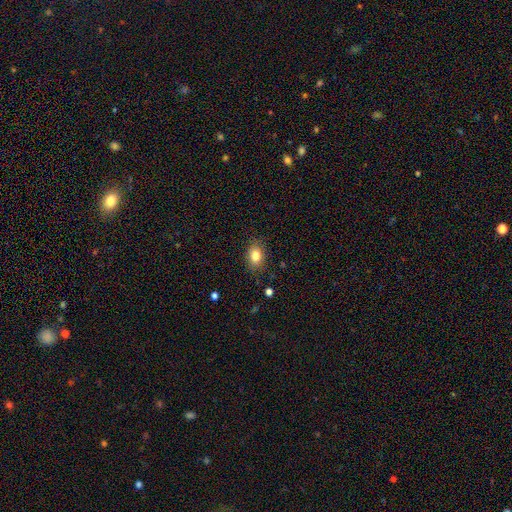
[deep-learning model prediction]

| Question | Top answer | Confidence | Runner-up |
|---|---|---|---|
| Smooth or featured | smooth | 82% | star or artifact (10%) |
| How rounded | in between | 71% | round (28%) |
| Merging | none | 86% | minor disturbance (10%) |